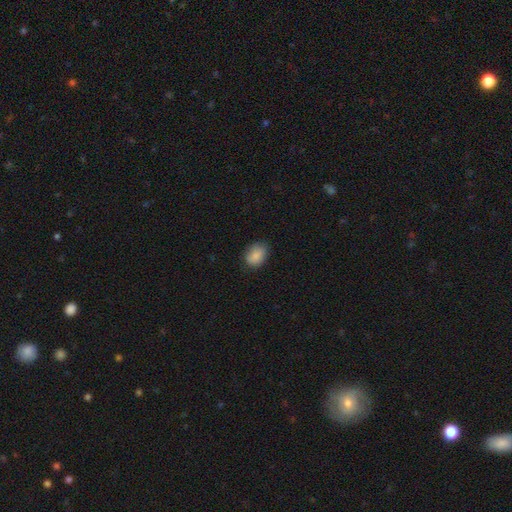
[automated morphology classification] type=smooth (87%); roundness=in between (72%); merging=none (77%).